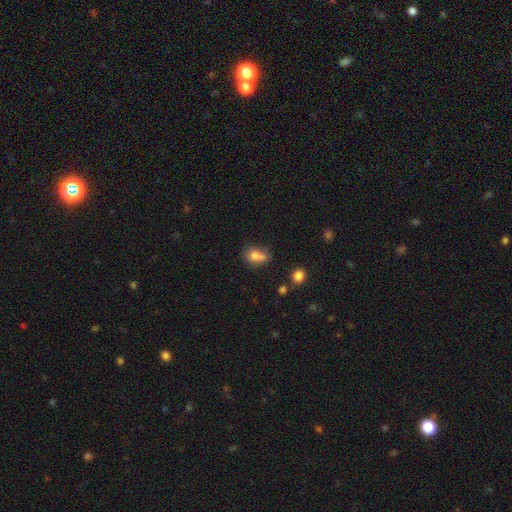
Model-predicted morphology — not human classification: Smooth or featured? smooth (75%)
How rounded? in between (64%)
Merging? none (40%)